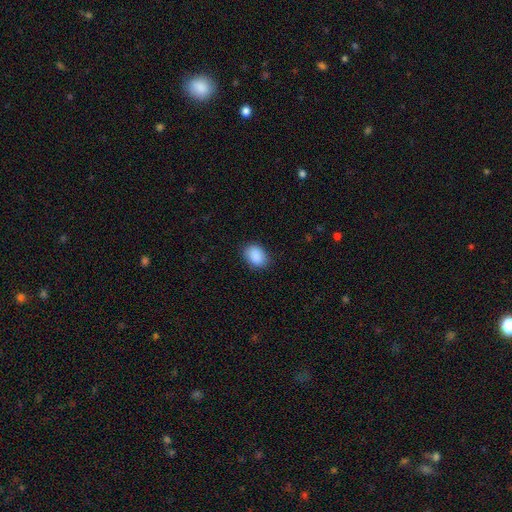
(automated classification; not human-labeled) Smooth or featured? smooth (90%)
How rounded? in between (75%)
Merging? none (84%)